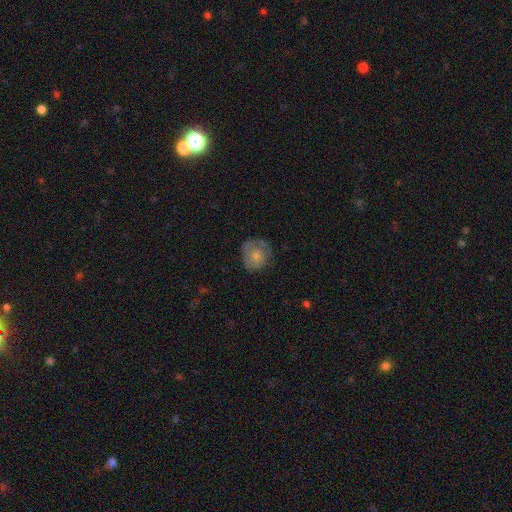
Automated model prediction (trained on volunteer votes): Smooth or featured? Predicted: smooth (p=0.66). How rounded? Predicted: round (p=0.78). Merging? Predicted: none (p=0.61).